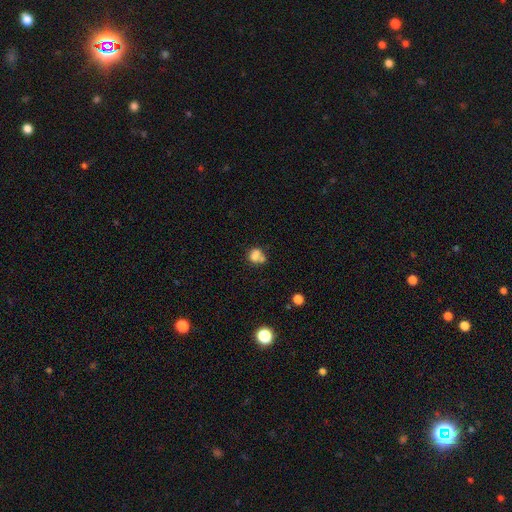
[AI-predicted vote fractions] Q: Smooth or featured?
A: smooth (68%); runner-up: featured or disk (20%)
Q: How rounded?
A: round (61%); runner-up: in between (38%)
Q: Merging?
A: merger (52%); runner-up: none (30%)